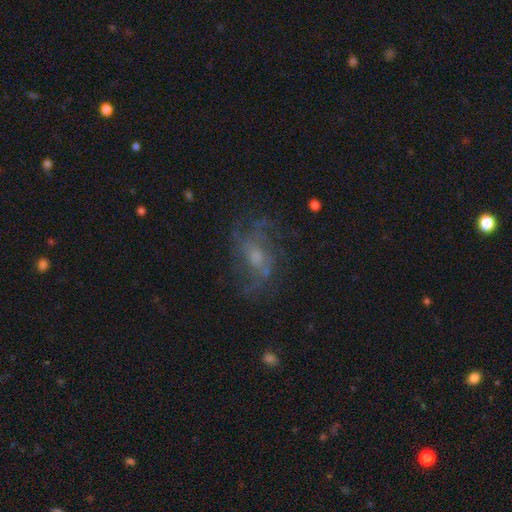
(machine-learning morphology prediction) This appears to be a featured or disk galaxy (72%) with no bar (62%), medium (41%) spiral arms (79%) and a moderate central bulge (42%). Merging: none (60%).